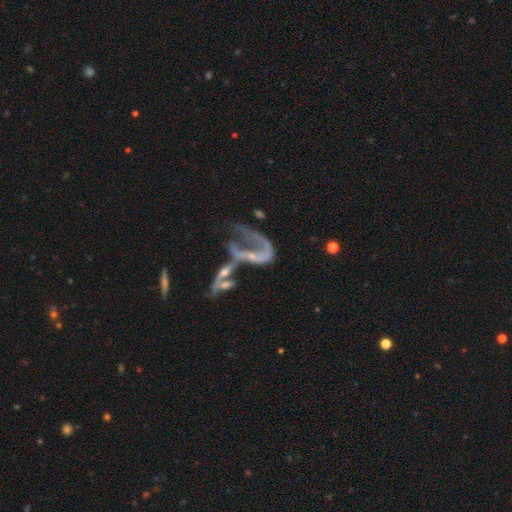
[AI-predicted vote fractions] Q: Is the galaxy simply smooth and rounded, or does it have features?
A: featured or disk — 70%.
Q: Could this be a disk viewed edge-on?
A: no — 94%.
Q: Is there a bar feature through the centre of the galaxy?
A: no — 68%.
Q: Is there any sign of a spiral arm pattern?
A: no — 51%.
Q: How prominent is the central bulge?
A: none — 42%.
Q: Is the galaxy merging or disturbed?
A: merger — 50%.